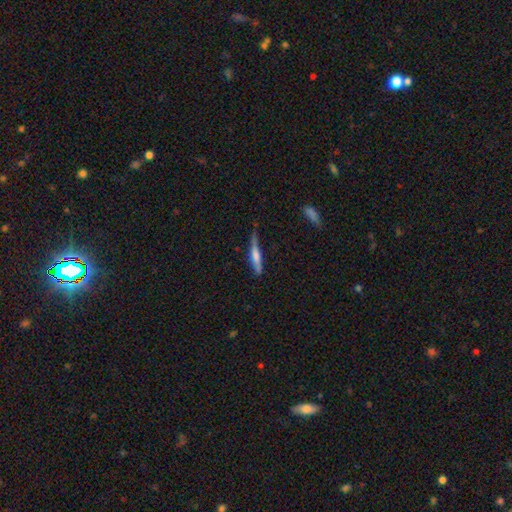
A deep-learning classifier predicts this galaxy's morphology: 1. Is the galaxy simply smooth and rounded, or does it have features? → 50% featured or disk, 44% smooth, 6% star or artifact.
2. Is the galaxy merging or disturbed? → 69% none, 24% minor disturbance, 5% major disturbance, 3% merger.